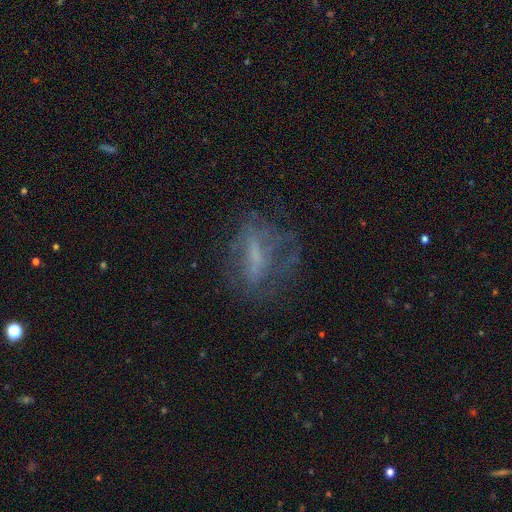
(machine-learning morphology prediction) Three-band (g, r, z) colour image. It shows a featured or disk galaxy (52%). Merging: none (54%).